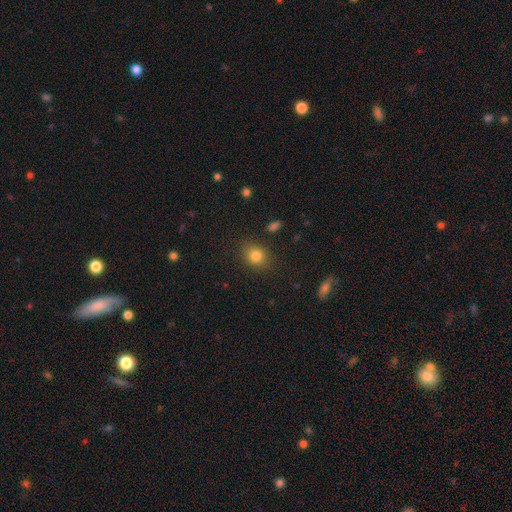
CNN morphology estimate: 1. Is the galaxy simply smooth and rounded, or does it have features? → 81% smooth, 12% star or artifact, 7% featured or disk.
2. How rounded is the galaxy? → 61% round, 37% in between, 1% cigar-shaped.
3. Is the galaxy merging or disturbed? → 86% none, 10% minor disturbance, 3% major disturbance, 2% merger.